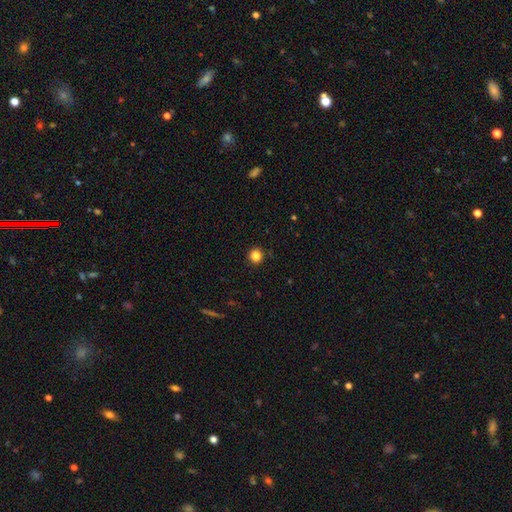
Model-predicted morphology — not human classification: This is clearly a smooth galaxy (84%). How rounded: clearly round (91%). Merging: clearly none (91%).